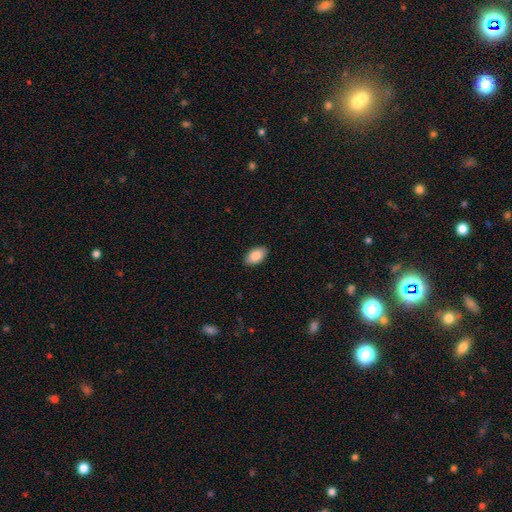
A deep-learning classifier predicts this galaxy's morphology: smooth_or_featured: smooth (p=0.89) [alt: star or artifact p=0.06]
how_rounded: in between (p=0.95) [alt: round p=0.04]
merging: none (p=0.89) [alt: minor disturbance p=0.08]